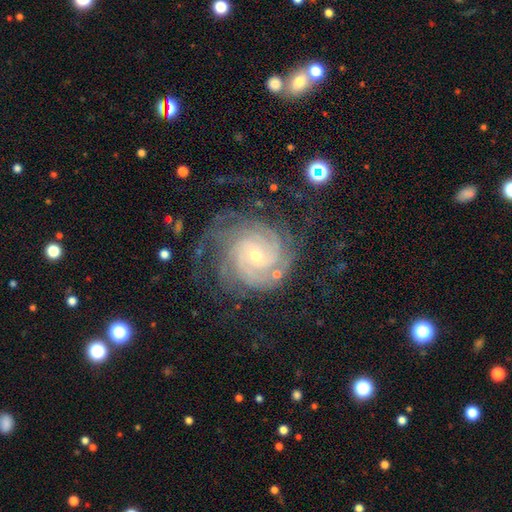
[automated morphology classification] Smooth or featured: featured or disk — 89% (star or artifact — 6%)
Edge-on disk: no — 98% (yes — 2%)
Bar: no — 66% (weak — 27%)
Spiral arms: yes — 98% (no — 2%)
Spiral winding: tight — 75% (medium — 22%)
Spiral arm count: 4 — 27% (can't tell — 23%)
Bulge size: small — 70% (moderate — 26%)
Merging: none — 66% (minor disturbance — 19%)